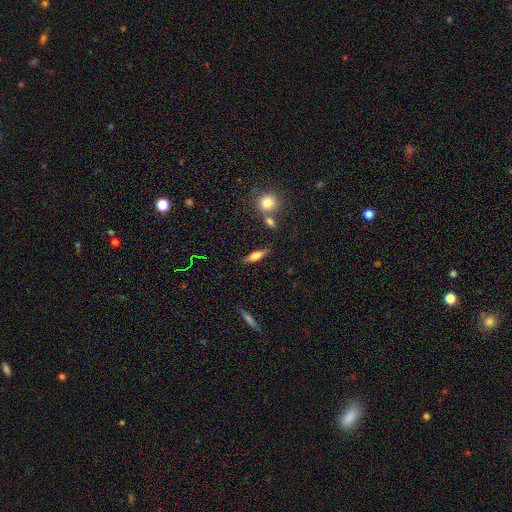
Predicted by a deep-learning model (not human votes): Smooth or featured? featured or disk (49%)
Merging? none (82%)